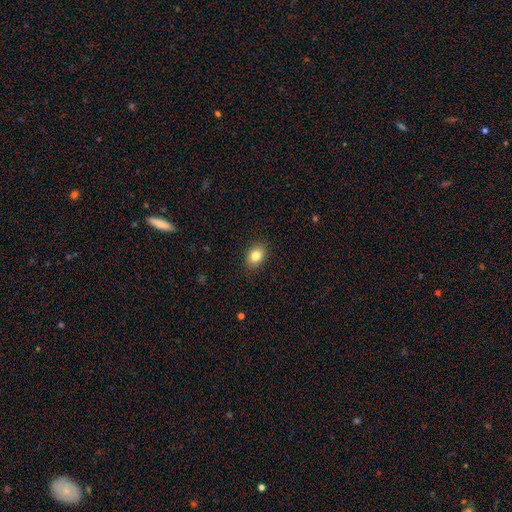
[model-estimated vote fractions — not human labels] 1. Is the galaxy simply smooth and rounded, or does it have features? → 83% smooth, 9% star or artifact, 8% featured or disk.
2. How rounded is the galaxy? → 66% in between, 32% round, 1% cigar-shaped.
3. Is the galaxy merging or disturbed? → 88% none, 9% minor disturbance, 2% major disturbance, 1% merger.